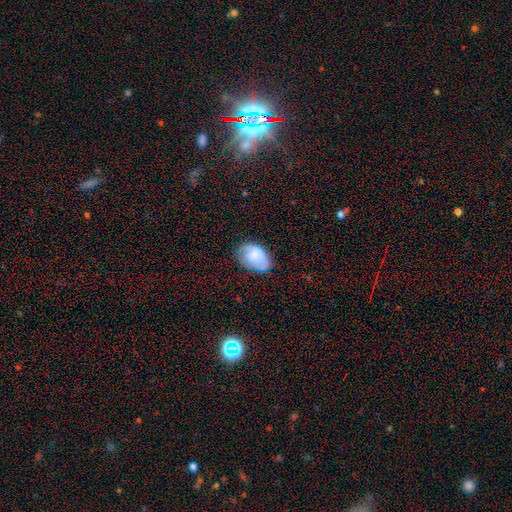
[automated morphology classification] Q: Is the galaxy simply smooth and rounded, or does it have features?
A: smooth — 69%.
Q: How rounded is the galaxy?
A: in between — 85%.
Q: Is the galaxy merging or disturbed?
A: none — 60%.